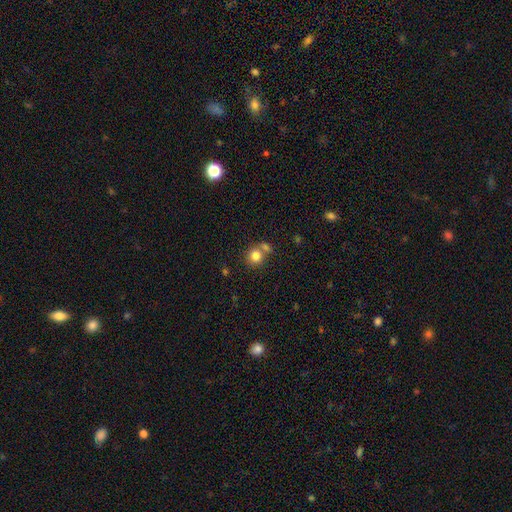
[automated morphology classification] The model was most divided on "merging": none: 57%, merger: 29%, minor disturbance: 10%, major disturbance: 4%. More confident: how rounded — round (86%); smooth or featured — smooth (81%).